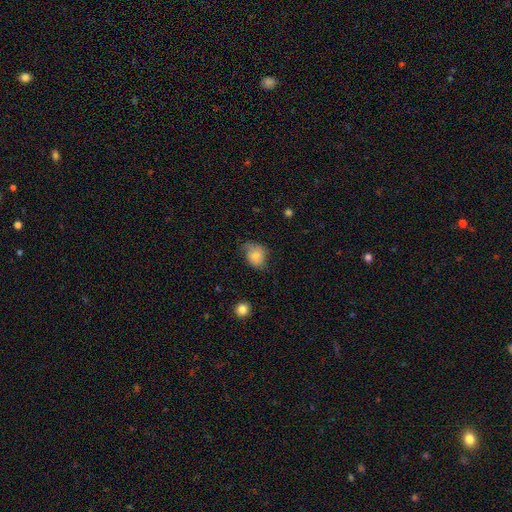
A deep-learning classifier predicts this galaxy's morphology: Q: Smooth or featured?
A: smooth (75%); runner-up: featured or disk (16%)
Q: How rounded?
A: in between (53%); runner-up: round (45%)
Q: Merging?
A: none (50%); runner-up: minor disturbance (36%)